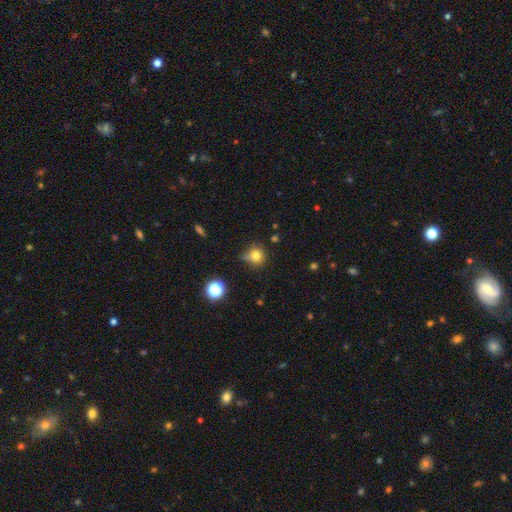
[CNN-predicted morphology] Smooth or featured?
  - smooth: 77% *
  - star or artifact: 15%
  - featured or disk: 9%
How rounded?
  - round: 87% *
  - in between: 12%
  - cigar-shaped: 1%
Merging?
  - none: 61% *
  - minor disturbance: 23%
  - merger: 8%
  - major disturbance: 7%